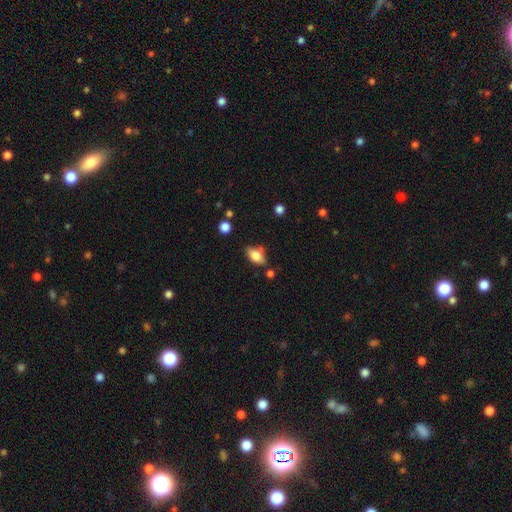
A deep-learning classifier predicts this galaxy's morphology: smooth-or-featured: smooth: 80% | featured or disk: 12% | star or artifact: 8%
  how-rounded: in between: 87% | round: 9% | cigar-shaped: 4%
  merging: none: 65% | minor disturbance: 22% | merger: 7% | major disturbance: 5%